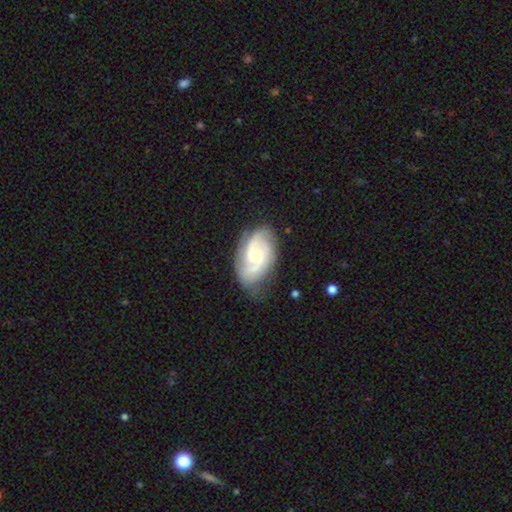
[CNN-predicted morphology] smooth-or-featured: featured or disk: 78% | smooth: 17% | star or artifact: 5%
  disk-edge-on: no: 97% | yes: 3%
    bar: no: 53% | weak: 40% | strong: 7%
    has-spiral-arms: yes: 94% | no: 6%
      spiral-winding: medium: 48% | tight: 33% | loose: 19%
      spiral-arm-count: 2: 66% | can't tell: 14% | 3: 12% | 1: 3% | 4: 2% | more than 4: 2%
    bulge-size: moderate: 49% | small: 42% | large: 5% | none: 3% | dominant: 1%
  merging: none: 67% | minor disturbance: 23% | major disturbance: 8% | merger: 2%